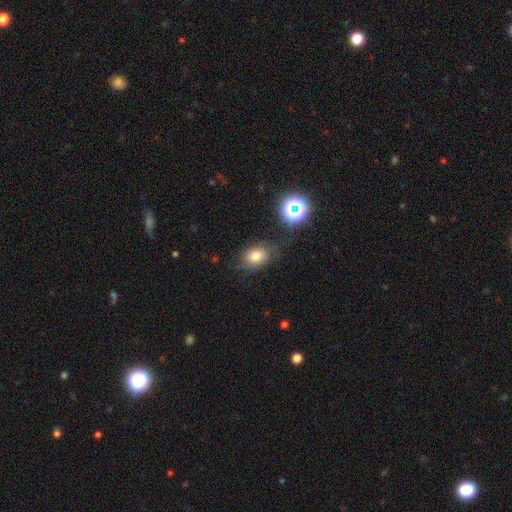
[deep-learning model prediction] A smooth galaxy with no disk features (72%) that is in between round and cigar-shaped (66%).

Vote fractions:
- Smooth or featured? smooth: 72% / star or artifact: 16% / featured or disk: 12%
- How rounded? in between: 66% / round: 32% / cigar-shaped: 1%
- Merging? none: 71% / minor disturbance: 19% / major disturbance: 6% / merger: 4%